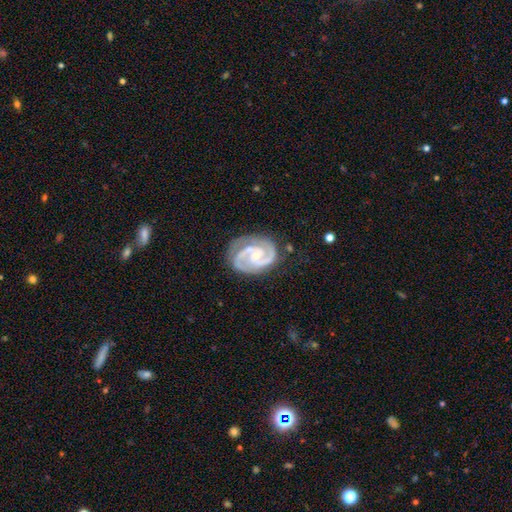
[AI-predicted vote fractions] A featured or disk galaxy (92%) with no bar (47%), 2 (84%) tight (49%) spiral arms (98%) and a small central bulge (65%). Merging: none (73%).